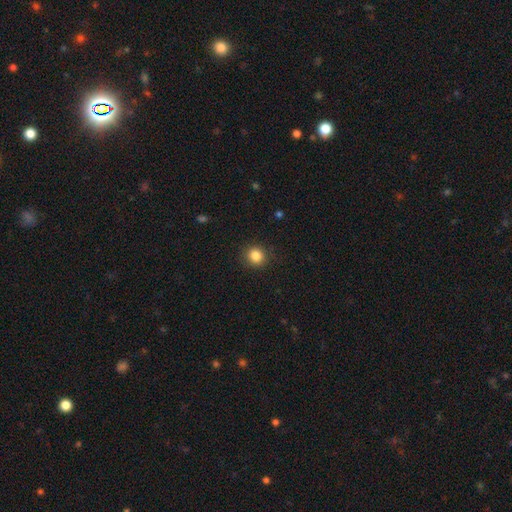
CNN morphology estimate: This is clearly a smooth galaxy (84%). How rounded: clearly round (89%). Merging: clearly none (90%).